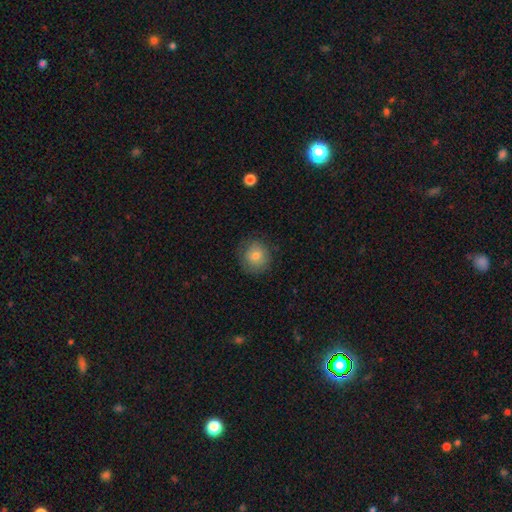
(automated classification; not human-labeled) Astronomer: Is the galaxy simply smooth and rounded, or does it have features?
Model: smooth — 77%.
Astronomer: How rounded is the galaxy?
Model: round — 86%.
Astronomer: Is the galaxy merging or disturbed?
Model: none — 81%.